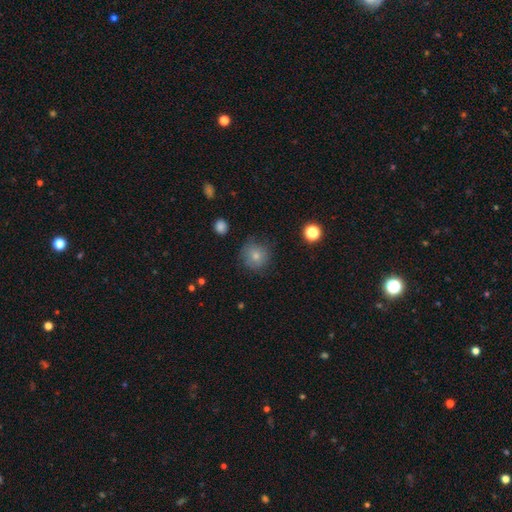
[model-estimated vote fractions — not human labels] smooth 77%, featured or disk 12%, star or artifact 11%. Down the decision tree: how rounded — round (91%); merging — none (77%).